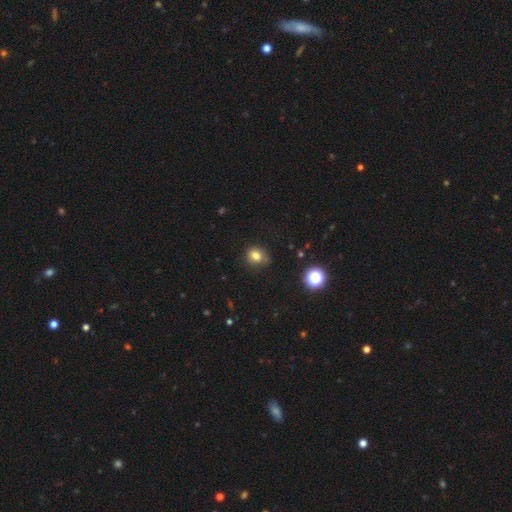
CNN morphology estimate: This appears to be a smooth galaxy with no disk features (79%) that is round (72%). Merging: none (75%).